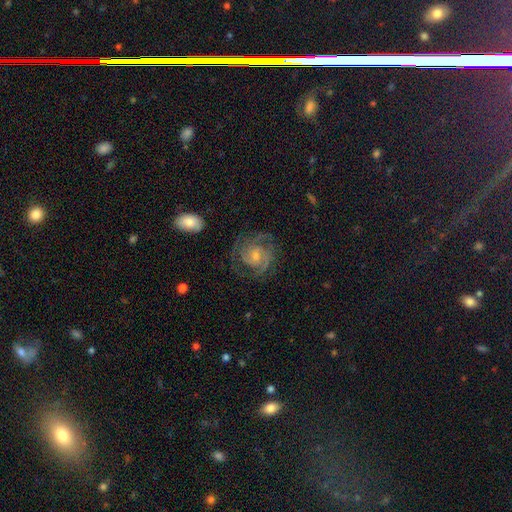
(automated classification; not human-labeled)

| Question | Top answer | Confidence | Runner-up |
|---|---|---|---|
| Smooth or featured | featured or disk | 84% | smooth (9%) |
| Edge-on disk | no | 98% | yes (2%) |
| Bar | no | 63% | weak (30%) |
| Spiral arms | yes | 96% | no (4%) |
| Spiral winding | tight | 59% | medium (35%) |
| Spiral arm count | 2 | 48% | 3 (20%) |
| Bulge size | small | 60% | moderate (33%) |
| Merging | none | 75% | minor disturbance (15%) |